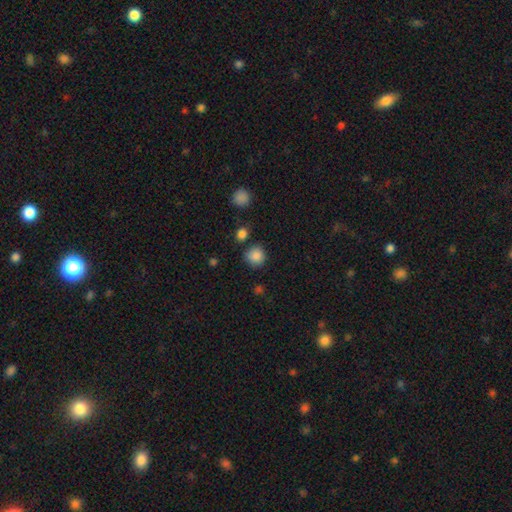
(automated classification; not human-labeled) A smooth galaxy with no disk features (86%) that is round (90%).

Vote fractions:
- Smooth or featured? smooth: 86% / star or artifact: 10% / featured or disk: 4%
- How rounded? round: 90% / in between: 10% / cigar-shaped: 1%
- Merging? none: 77% / minor disturbance: 13% / merger: 6% / major disturbance: 4%